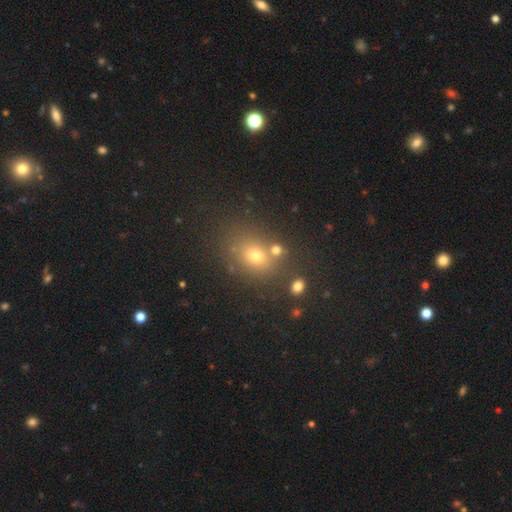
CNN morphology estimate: The model was most divided on "how rounded": in between: 51%, round: 48%, cigar-shaped: 1%. More confident: merging — none (70%); smooth or featured — smooth (67%).